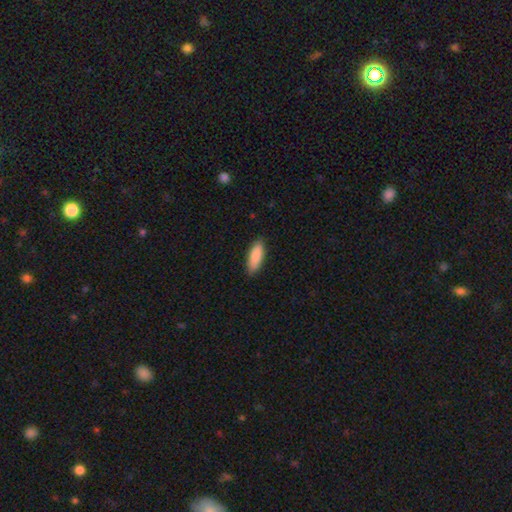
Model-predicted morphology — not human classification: Smooth or featured? smooth (88%)
How rounded? in between (63%)
Merging? none (86%)